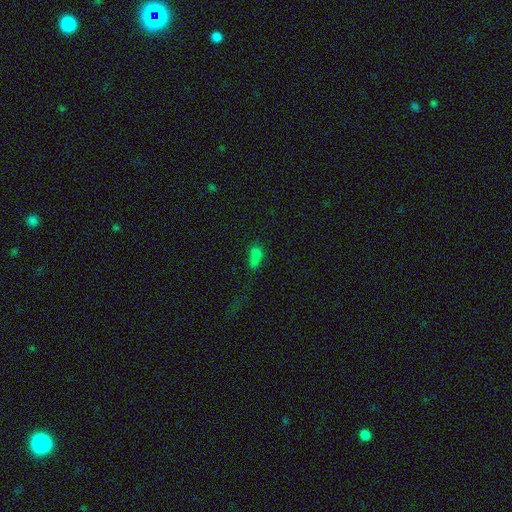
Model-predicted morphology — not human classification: type=smooth (68%); roundness=in between (70%); merging=merger (44%).